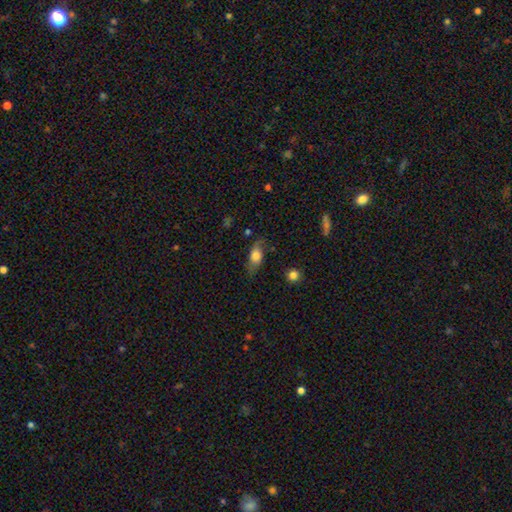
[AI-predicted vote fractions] A smooth galaxy with no disk features (65%) that is in between round and cigar-shaped (78%). Merging: none (66%).